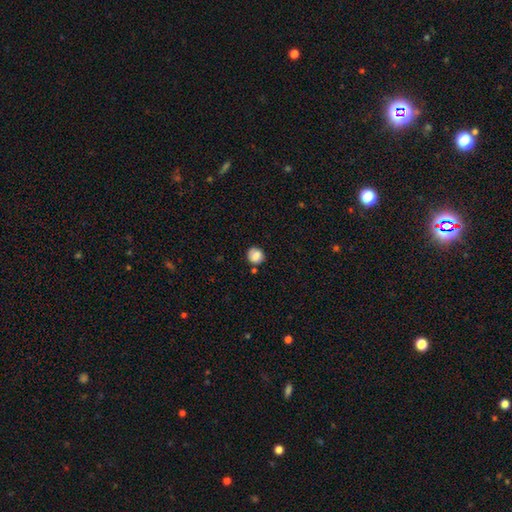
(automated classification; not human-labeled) Q: Smooth or featured?
A: smooth (83%); runner-up: star or artifact (9%)
Q: How rounded?
A: round (85%); runner-up: in between (14%)
Q: Merging?
A: none (73%); runner-up: minor disturbance (17%)